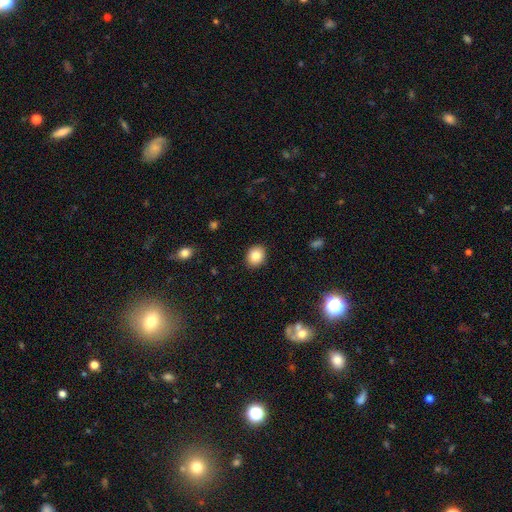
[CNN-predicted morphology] Smooth or featured? Predicted: smooth (p=0.83). How rounded? Predicted: round (p=0.64). Merging? Predicted: none (p=0.90).